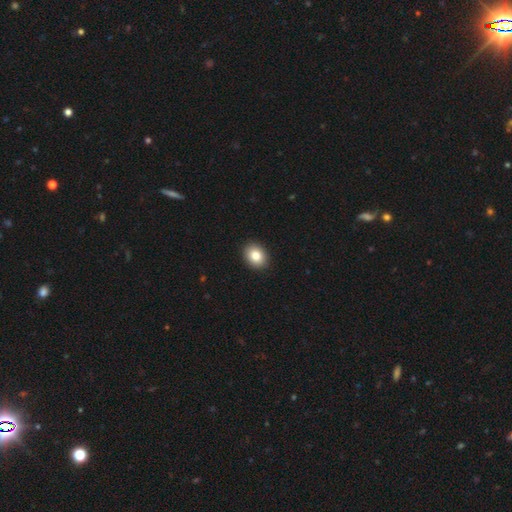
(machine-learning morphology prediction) Smooth or featured: smooth — 84% (star or artifact — 9%)
How rounded: in between — 53% (round — 46%)
Merging: none — 92% (minor disturbance — 6%)